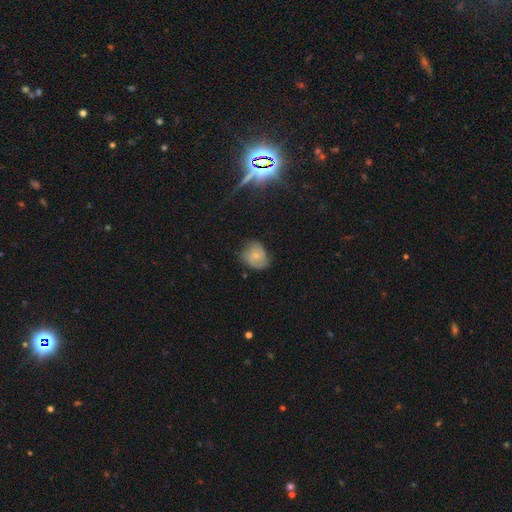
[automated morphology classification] Smooth or featured: smooth — 53% (featured or disk — 36%)
How rounded: round — 64% (in between — 35%)
Merging: none — 60% (minor disturbance — 29%)